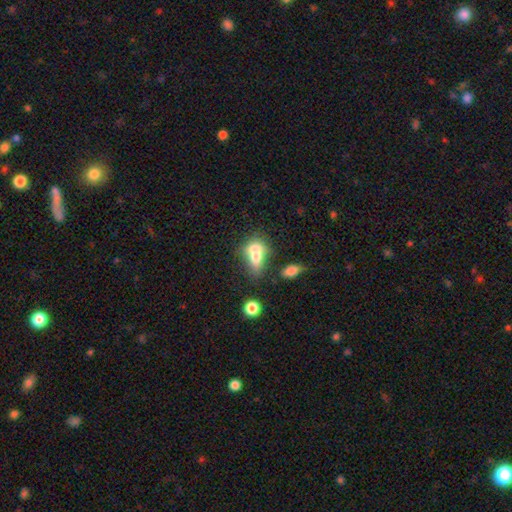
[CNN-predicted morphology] Overall: smooth (65%). How rounded: in between (74%). Merging: merger (55%; none 22%).